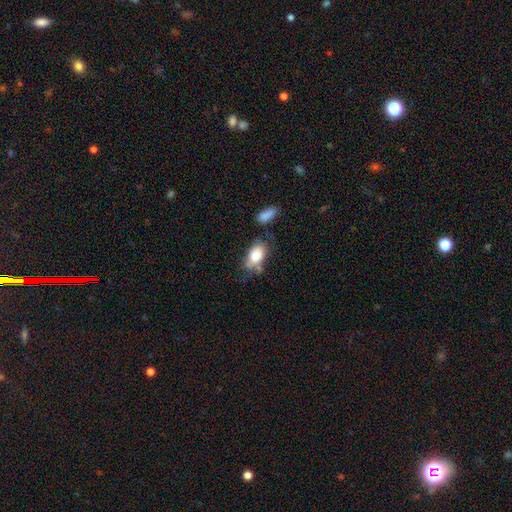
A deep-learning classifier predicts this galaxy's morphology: Smooth or featured?
  - smooth: 79% *
  - featured or disk: 14%
  - star or artifact: 7%
How rounded?
  - in between: 89% *
  - round: 9%
  - cigar-shaped: 3%
Merging?
  - none: 48% *
  - minor disturbance: 26%
  - merger: 15%
  - major disturbance: 11%